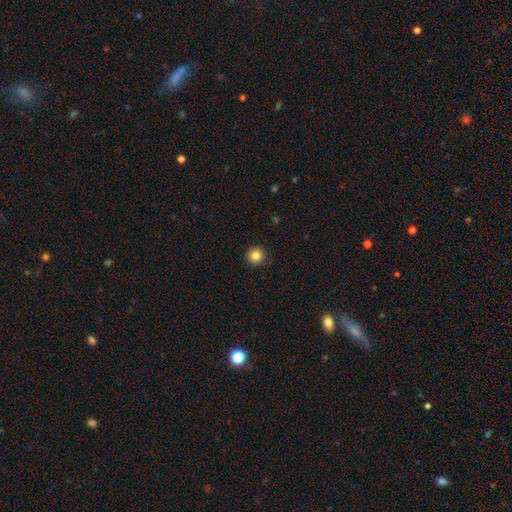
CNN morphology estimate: Overall: smooth (84%). How rounded: round (96%). Merging: none (93%).